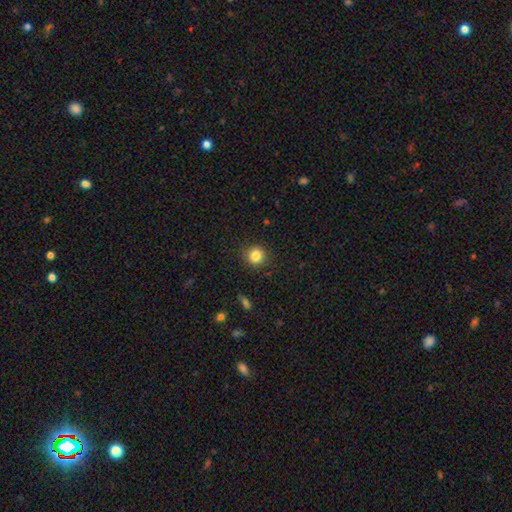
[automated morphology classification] The model was most divided on "smooth or featured": smooth: 83%, star or artifact: 11%, featured or disk: 5%. More confident: merging — none (89%); how rounded — round (89%).